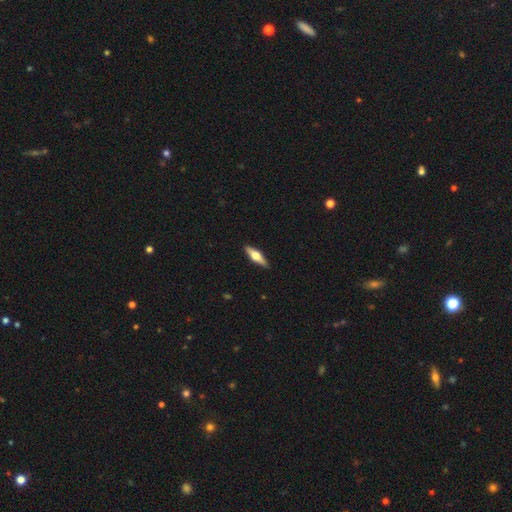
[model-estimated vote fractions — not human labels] A featured or disk galaxy (60%) viewed edge-on (95%) with a rounded central bulge (95%).

Vote fractions:
- Smooth or featured? featured or disk: 60% / smooth: 35% / star or artifact: 5%
- Edge-on disk? yes: 95% / no: 5%
- Edge-on bulge? rounded: 95% / boxy: 4% / none: 2%
- Merging? none: 91% / minor disturbance: 7% / major disturbance: 1% / merger: 1%